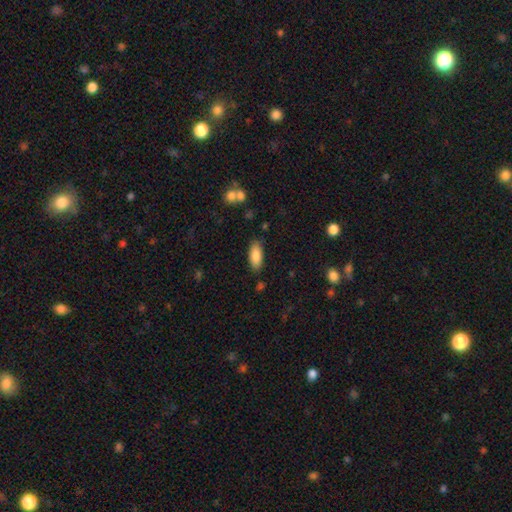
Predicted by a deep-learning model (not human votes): This is clearly a smooth galaxy (85%). How rounded: clearly in between (81%). Merging: clearly none (83%).